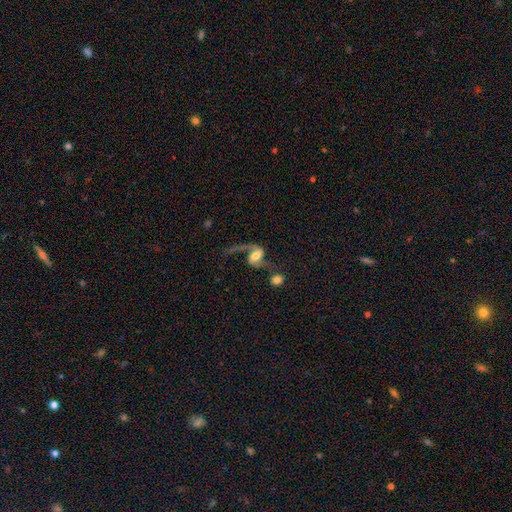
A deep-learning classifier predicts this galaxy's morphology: A featured or disk galaxy (81%) with a weak bar (46%), 2 (76%) loose (77%) spiral arms (94%) and a moderate central bulge (54%). Merging: none (40%).